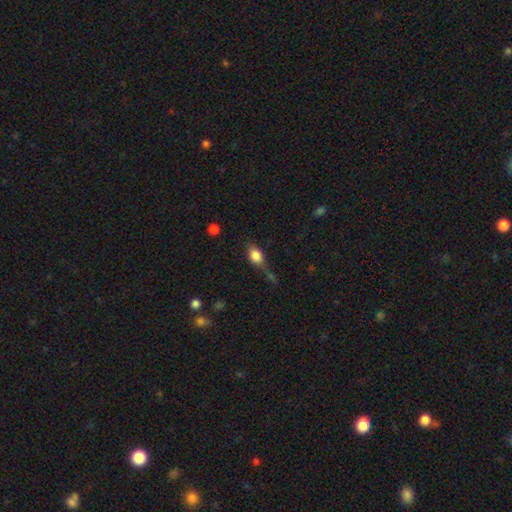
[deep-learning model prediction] A smooth galaxy with no disk features (80%) that is in between round and cigar-shaped (73%). Merging: none (43%).